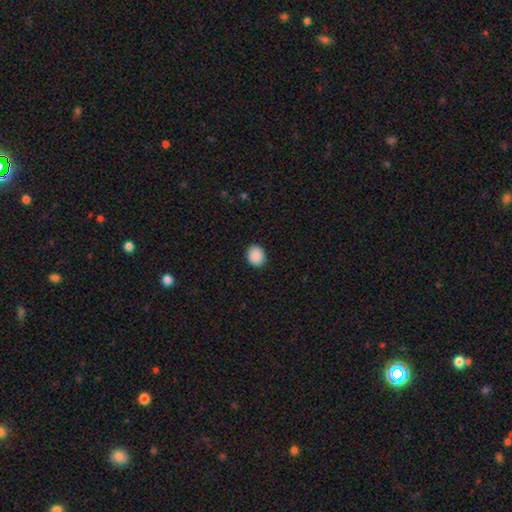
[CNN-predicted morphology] smooth 90%, star or artifact 7%, featured or disk 2%. Down the decision tree: how rounded — round (62%); merging — none (89%).